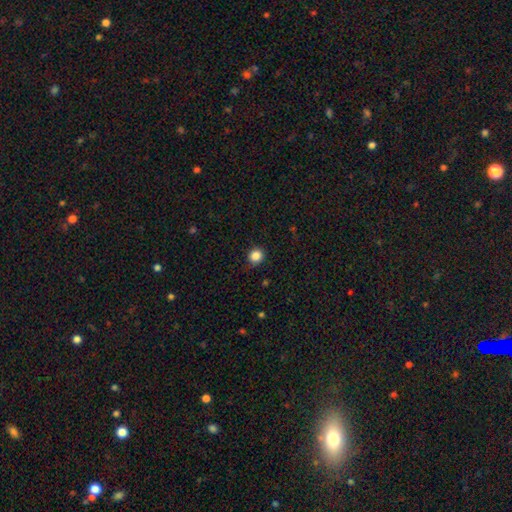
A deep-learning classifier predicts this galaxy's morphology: Smooth or featured? smooth (85%)
How rounded? round (87%)
Merging? none (84%)